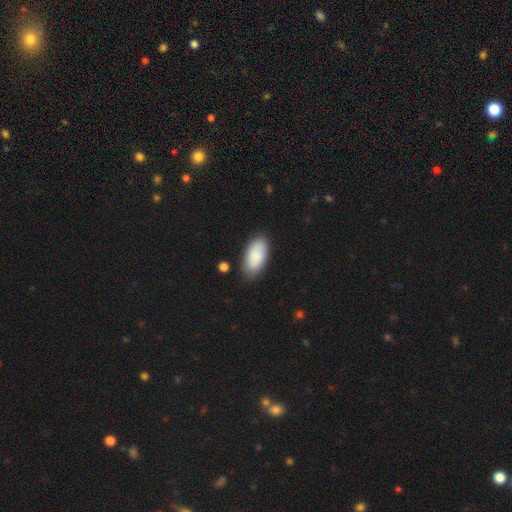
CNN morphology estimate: A smooth galaxy with no disk features (87%) that is in between round and cigar-shaped (93%). Merging: none (82%).